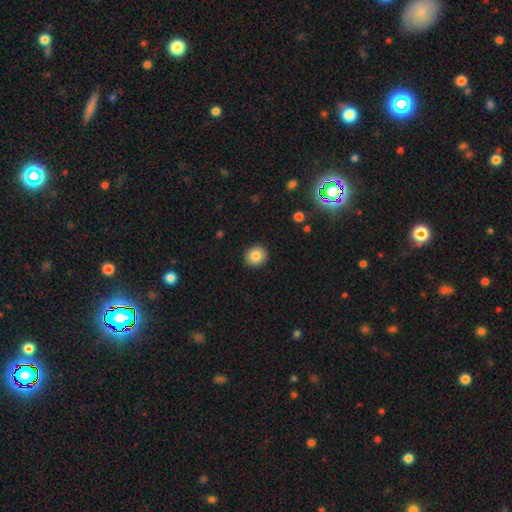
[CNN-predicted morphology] smooth 84%, star or artifact 9%, featured or disk 6%. Down the decision tree: how rounded — round (85%); merging — none (92%).